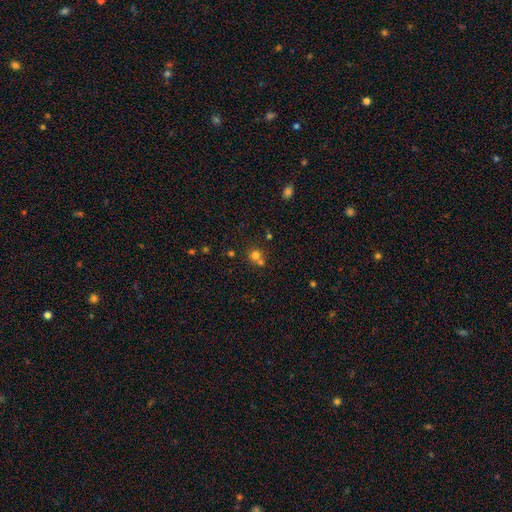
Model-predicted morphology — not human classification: type=smooth (74%); roundness=round (87%); merging=none (49%).